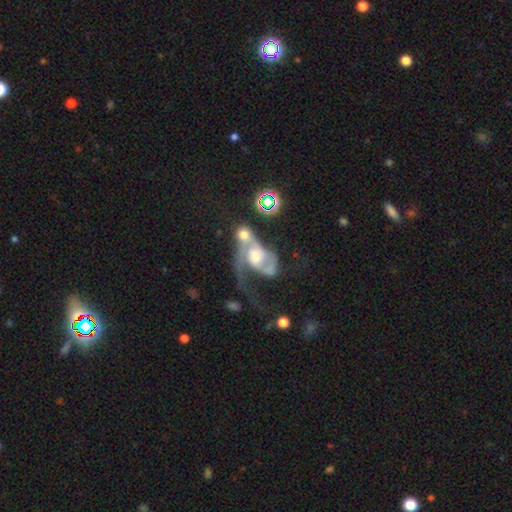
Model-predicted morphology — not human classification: Q: Smooth or featured?
A: featured or disk (71%); runner-up: smooth (19%)
Q: Edge-on disk?
A: no (96%); runner-up: yes (4%)
Q: Bar?
A: no (67%); runner-up: weak (26%)
Q: Spiral arms?
A: yes (82%); runner-up: no (18%)
Q: Spiral winding?
A: loose (46%); runner-up: medium (36%)
Q: Spiral arm count?
A: 2 (43%); runner-up: 1 (39%)
Q: Bulge size?
A: moderate (55%); runner-up: large (20%)
Q: Merging?
A: merger (55%); runner-up: major disturbance (26%)